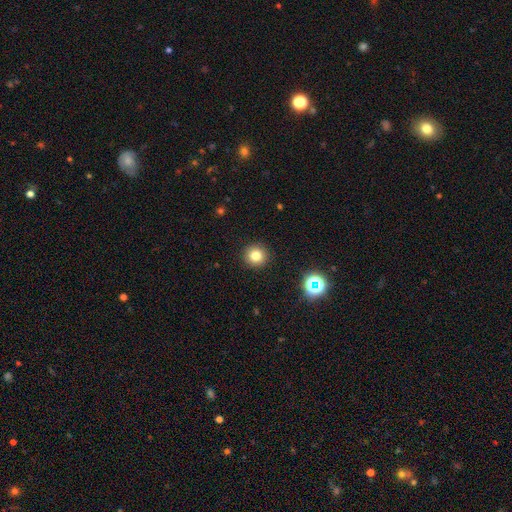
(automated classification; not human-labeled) A smooth galaxy with no disk features (79%) that is round (94%).

Vote fractions:
- Smooth or featured? smooth: 79% / star or artifact: 14% / featured or disk: 7%
- How rounded? round: 94% / in between: 5% / cigar-shaped: 1%
- Merging? none: 92% / minor disturbance: 5% / major disturbance: 2% / merger: 1%